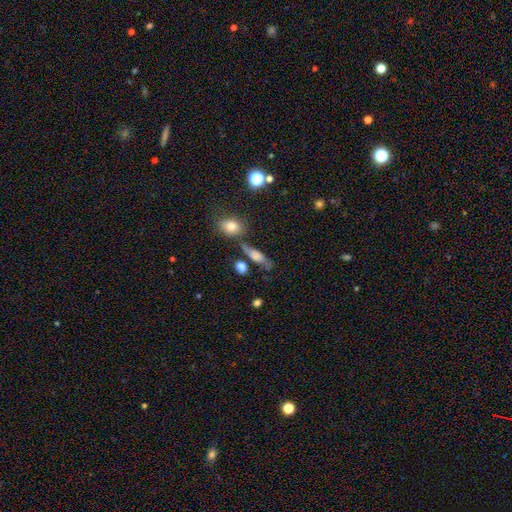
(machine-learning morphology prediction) Smooth or featured? smooth (61%)
How rounded? in between (54%)
Merging? none (53%)